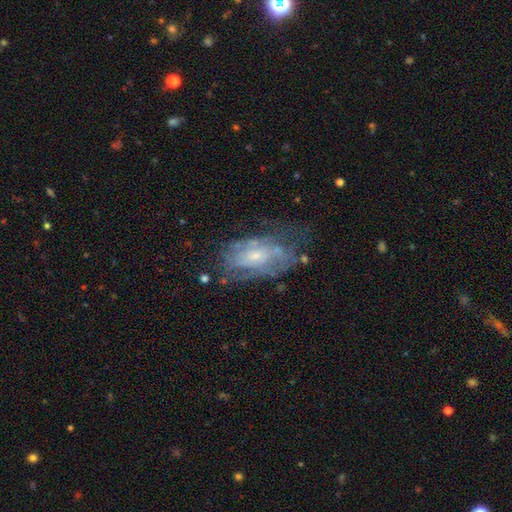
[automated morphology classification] Q: Smooth or featured?
A: featured or disk (67%); runner-up: smooth (25%)
Q: Edge-on disk?
A: no (93%); runner-up: yes (7%)
Q: Bar?
A: no (70%); runner-up: weak (25%)
Q: Spiral arms?
A: yes (59%); runner-up: no (41%)
Q: Bulge size?
A: small (64%); runner-up: moderate (27%)
Q: Merging?
A: none (51%); runner-up: minor disturbance (26%)